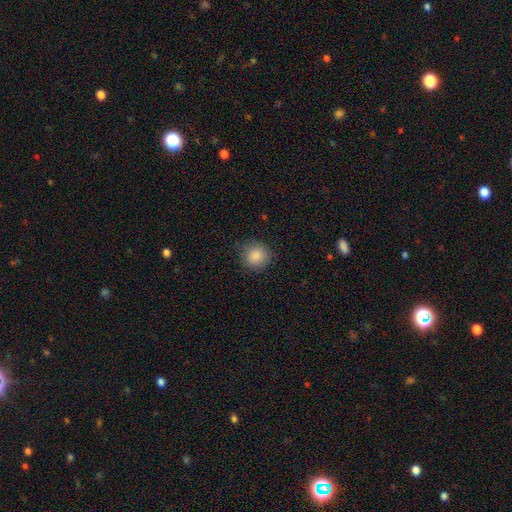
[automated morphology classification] A smooth galaxy with no disk features (87%) that is round (90%).

Vote fractions:
- Smooth or featured? smooth: 87% / star or artifact: 9% / featured or disk: 4%
- How rounded? round: 90% / in between: 9% / cigar-shaped: 1%
- Merging? none: 84% / minor disturbance: 12% / major disturbance: 3% / merger: 1%